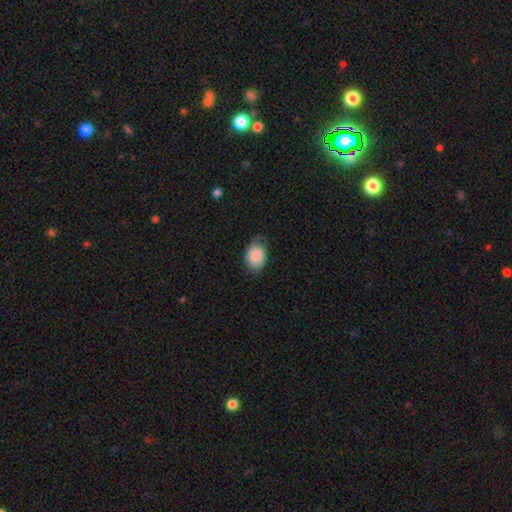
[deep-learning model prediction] Smooth or featured: smooth — 82% (featured or disk — 11%)
How rounded: in between — 76% (round — 23%)
Merging: none — 52% (minor disturbance — 36%)